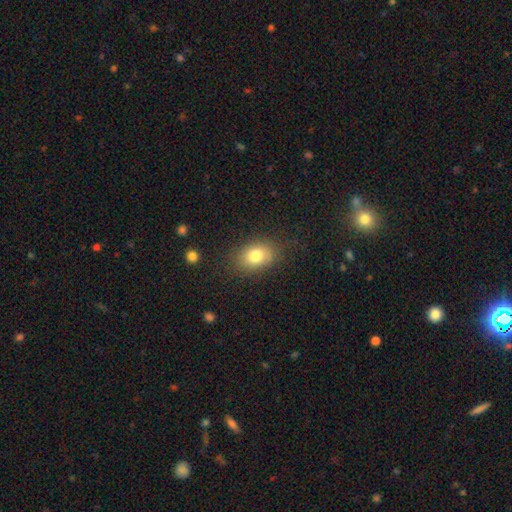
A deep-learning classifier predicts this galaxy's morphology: Smooth or featured? smooth (78%)
How rounded? in between (72%)
Merging? none (78%)